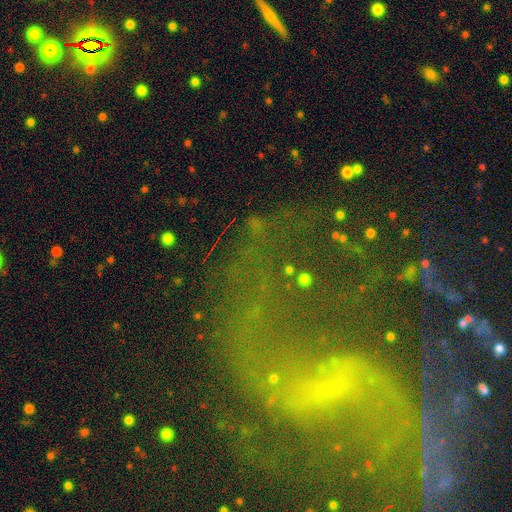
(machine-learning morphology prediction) Smooth or featured?
  - featured or disk: 61% *
  - star or artifact: 25%
  - smooth: 13%
Edge-on disk?
  - no: 92% *
  - yes: 8%
Bar?
  - strong: 36% *
  - weak: 32%
  - no: 32%
Spiral arms?
  - yes: 75% *
  - no: 25%
Bulge size?
  - small: 45% *
  - none: 27%
  - moderate: 20%
  - large: 5%
  - dominant: 3%
Merging?
  - none: 57% *
  - major disturbance: 22%
  - minor disturbance: 15%
  - merger: 7%